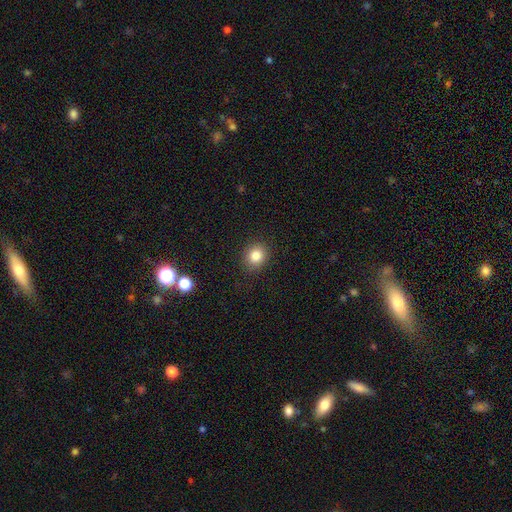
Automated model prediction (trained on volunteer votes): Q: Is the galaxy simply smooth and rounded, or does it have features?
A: smooth — 84%.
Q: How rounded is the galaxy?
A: round — 73%.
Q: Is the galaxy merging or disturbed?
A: none — 88%.